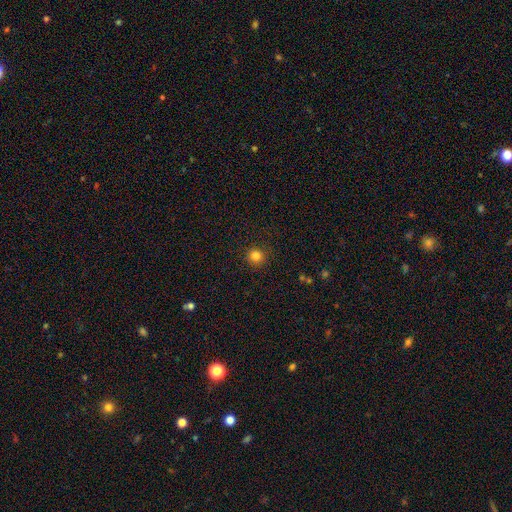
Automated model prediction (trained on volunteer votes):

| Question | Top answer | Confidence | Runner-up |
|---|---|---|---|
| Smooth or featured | smooth | 83% | star or artifact (12%) |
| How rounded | round | 94% | in between (5%) |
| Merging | none | 91% | minor disturbance (6%) |